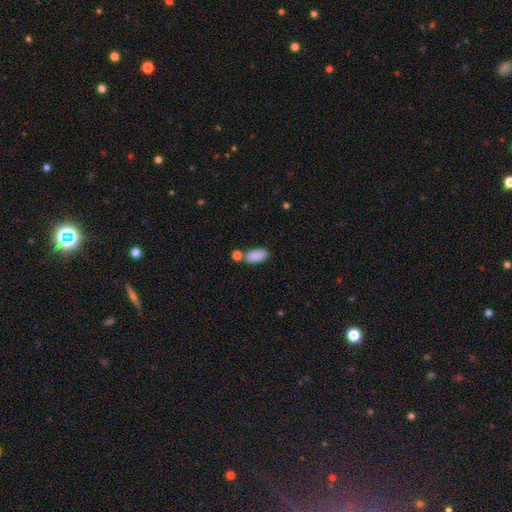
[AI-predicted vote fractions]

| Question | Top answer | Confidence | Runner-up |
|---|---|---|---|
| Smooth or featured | smooth | 87% | star or artifact (7%) |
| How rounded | in between | 93% | cigar-shaped (4%) |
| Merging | none | 62% | merger (20%) |